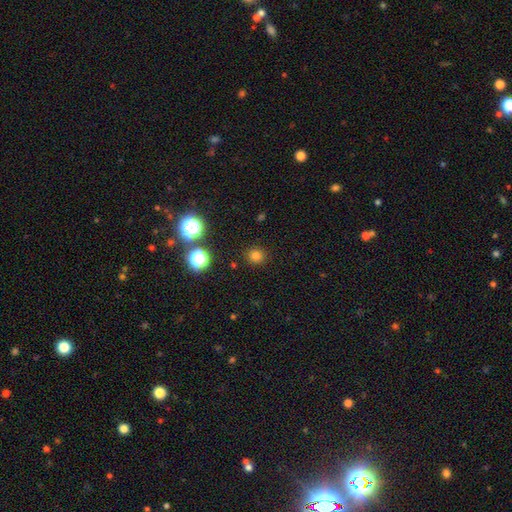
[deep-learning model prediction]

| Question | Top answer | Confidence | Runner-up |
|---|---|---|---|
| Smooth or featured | smooth | 77% | star or artifact (19%) |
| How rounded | round | 92% | in between (7%) |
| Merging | none | 90% | minor disturbance (6%) |